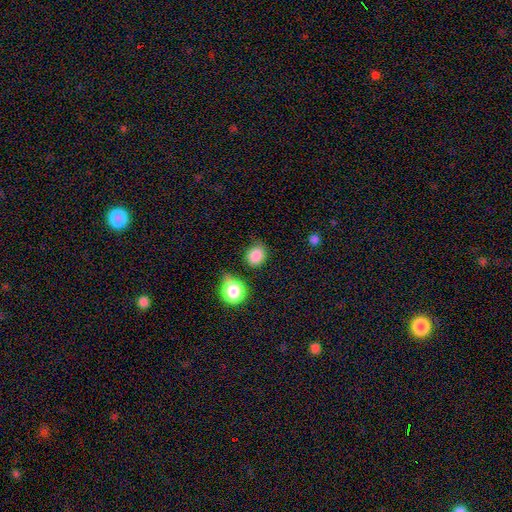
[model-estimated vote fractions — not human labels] A smooth galaxy with no disk features (86%) that is round (63%). Merging: none (67%).